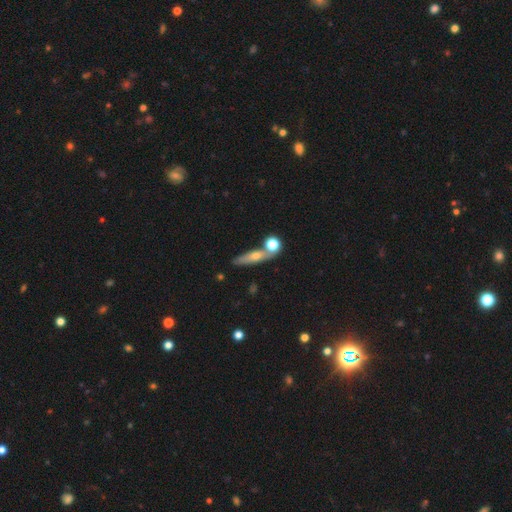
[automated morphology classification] smooth_or_featured: smooth (p=0.48) [alt: featured or disk p=0.41]
merging: none (p=0.70) [alt: merger p=0.14]